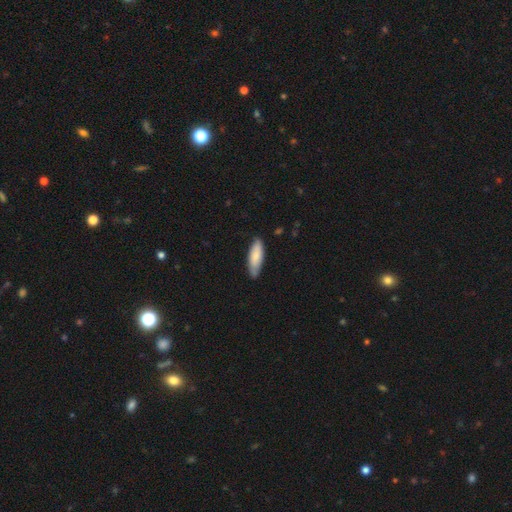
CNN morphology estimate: The model was most divided on "how rounded": in between: 55%, cigar-shaped: 43%, round: 1%. More confident: smooth or featured — smooth (80%); merging — none (76%).